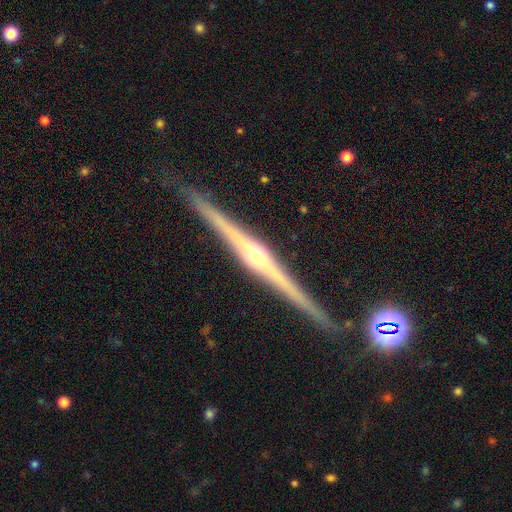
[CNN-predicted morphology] Overall: featured or disk (88%). Edge-on disk: yes (99%). Edge-on bulge: rounded (88%). Merging: none (90%).